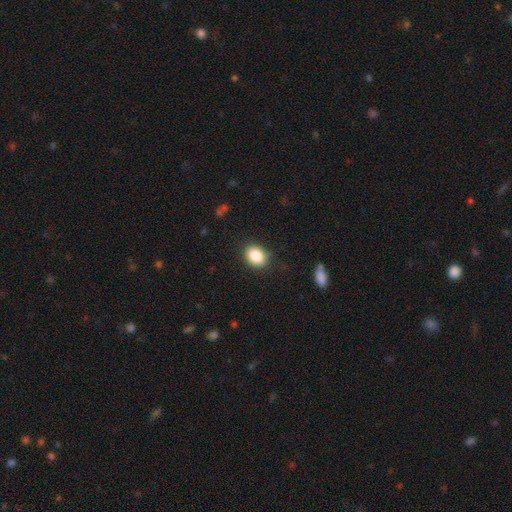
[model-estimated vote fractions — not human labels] Morphology: type=smooth (87%); roundness=in between (61%); merging=none (86%).